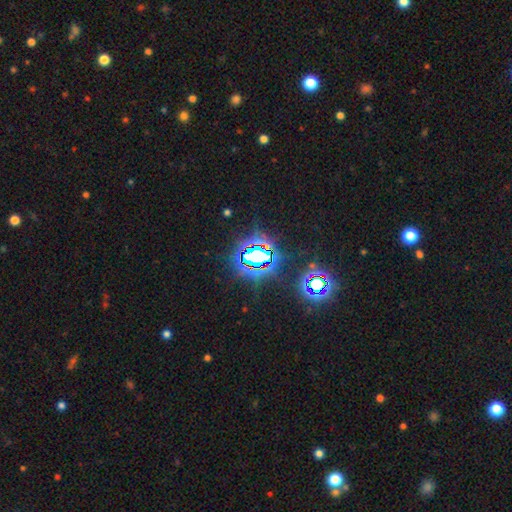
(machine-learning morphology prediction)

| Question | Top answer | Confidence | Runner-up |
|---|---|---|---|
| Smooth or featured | star or artifact | 79% | smooth (11%) |